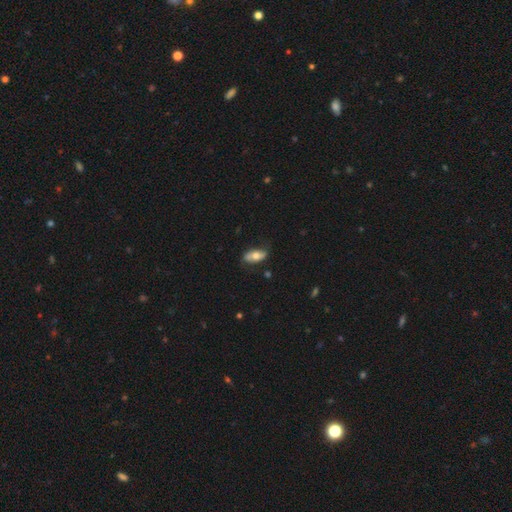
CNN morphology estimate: Overall: smooth (62%; featured or disk 32%). How rounded: in between (85%). Merging: none (75%).